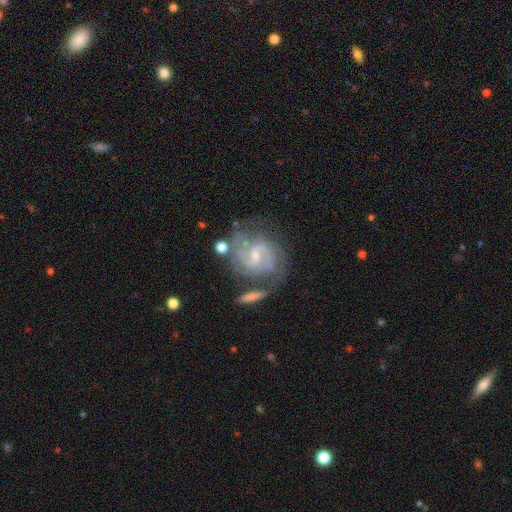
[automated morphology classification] A featured or disk galaxy (89%) with a weak bar (50%), 2 (62%) medium (46%) spiral arms (98%) and a small central bulge (71%). Merging: none (59%).